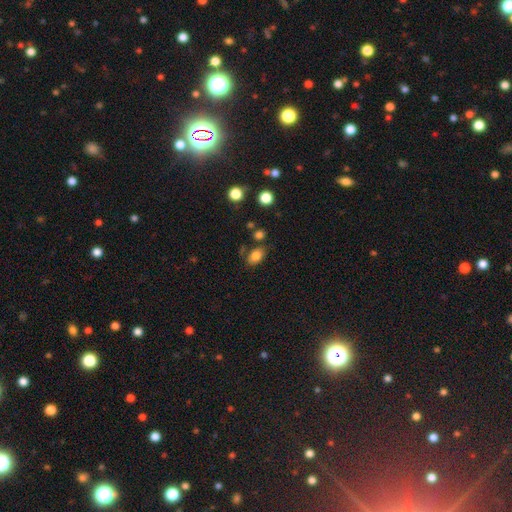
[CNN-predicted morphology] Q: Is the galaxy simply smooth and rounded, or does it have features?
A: smooth — 81%.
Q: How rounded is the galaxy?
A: in between — 80%.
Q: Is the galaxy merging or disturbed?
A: none — 70%.